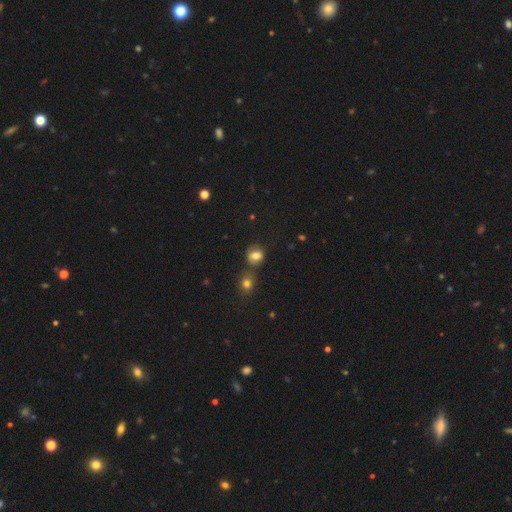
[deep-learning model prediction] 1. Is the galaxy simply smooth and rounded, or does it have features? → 74% smooth, 13% star or artifact, 12% featured or disk.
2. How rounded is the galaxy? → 73% round, 26% in between, 1% cigar-shaped.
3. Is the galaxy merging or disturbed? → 59% none, 21% merger, 15% minor disturbance, 6% major disturbance.